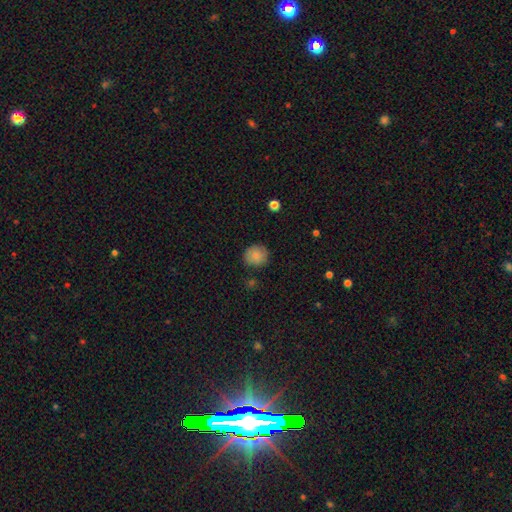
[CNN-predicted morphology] Overall: smooth (84%). How rounded: round (84%). Merging: none (82%).